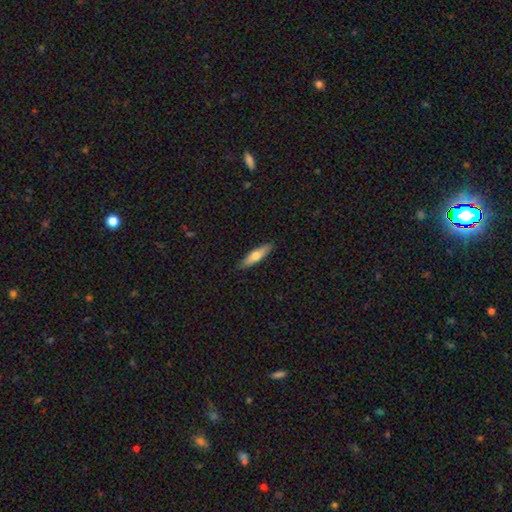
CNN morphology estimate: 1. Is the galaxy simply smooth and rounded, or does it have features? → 60% smooth, 34% featured or disk, 6% star or artifact.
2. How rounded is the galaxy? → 71% cigar-shaped, 27% in between, 2% round.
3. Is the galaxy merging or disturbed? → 89% none, 8% minor disturbance, 2% major disturbance, 1% merger.